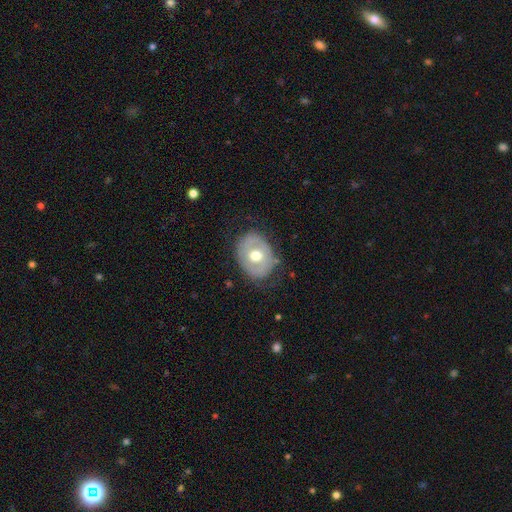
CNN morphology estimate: The model was most divided on "smooth or featured": featured or disk: 56%, smooth: 38%, star or artifact: 6%. More confident: edge-on disk — no (94%); bulge size — moderate (78%); bar — no (75%); merging — none (71%); spiral arms — no (61%).